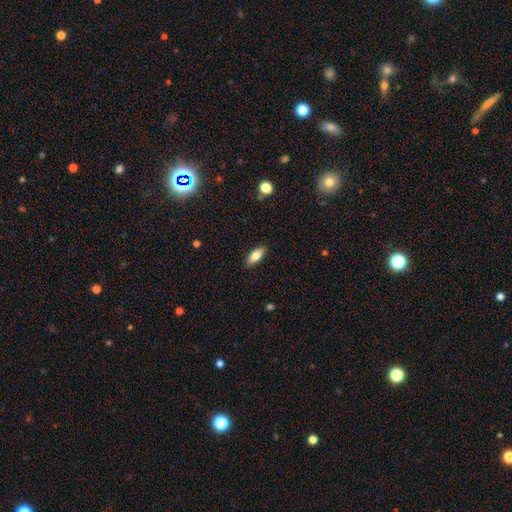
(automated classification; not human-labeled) Q: Smooth or featured?
A: smooth (78%); runner-up: featured or disk (15%)
Q: How rounded?
A: in between (75%); runner-up: cigar-shaped (23%)
Q: Merging?
A: none (88%); runner-up: minor disturbance (9%)